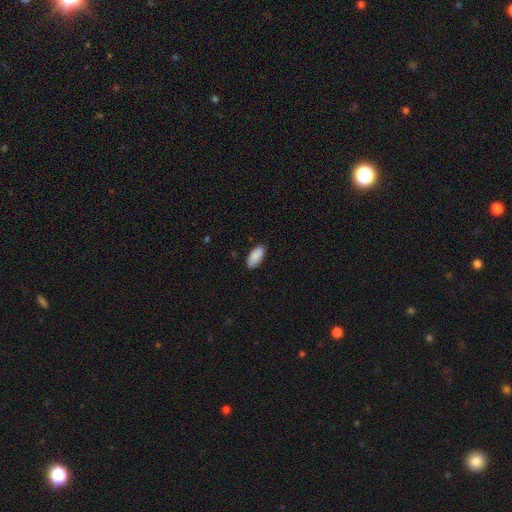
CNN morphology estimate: Overall: smooth (90%). How rounded: in between (92%). Merging: none (87%).